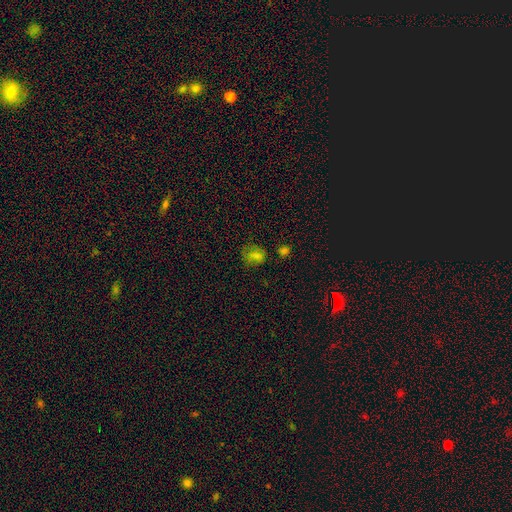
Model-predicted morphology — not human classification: smooth_or_featured: smooth (p=0.65) [alt: star or artifact p=0.23]
how_rounded: round (p=0.55) [alt: in between p=0.44]
merging: none (p=0.54) [alt: minor disturbance p=0.25]